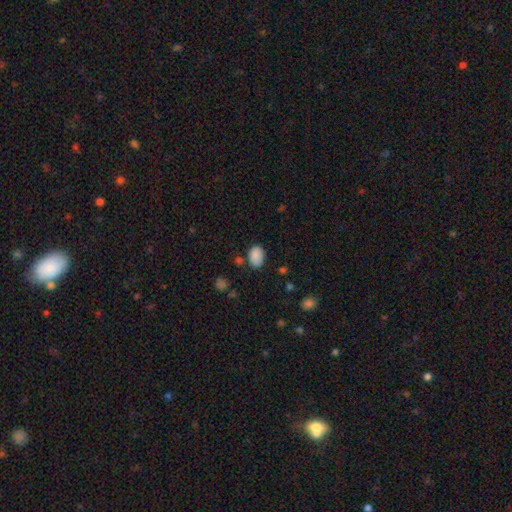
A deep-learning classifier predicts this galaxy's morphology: The model was most divided on "merging": none: 72%, minor disturbance: 19%, merger: 5%, major disturbance: 5%. More confident: smooth or featured — smooth (87%); how rounded — in between (81%).